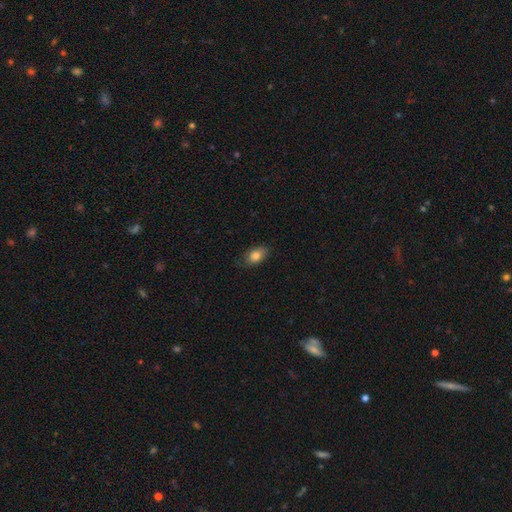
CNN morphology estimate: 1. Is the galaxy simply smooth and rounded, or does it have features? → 82% smooth, 10% featured or disk, 8% star or artifact.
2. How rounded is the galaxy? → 88% in between, 9% round, 2% cigar-shaped.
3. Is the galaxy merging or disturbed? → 80% none, 16% minor disturbance, 3% major disturbance, 1% merger.